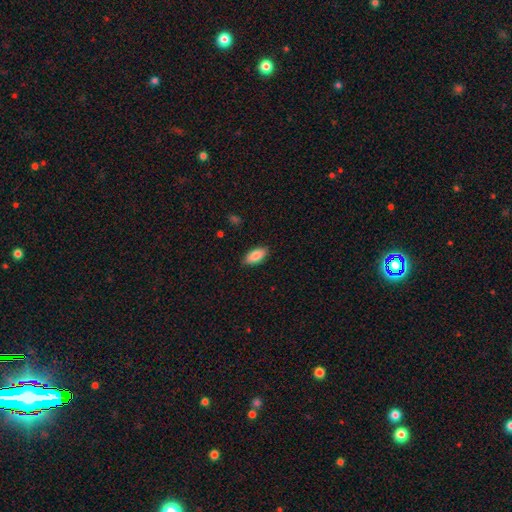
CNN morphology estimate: This is clearly a smooth galaxy (85%). How rounded: clearly in between (90%). Merging: clearly none (87%).